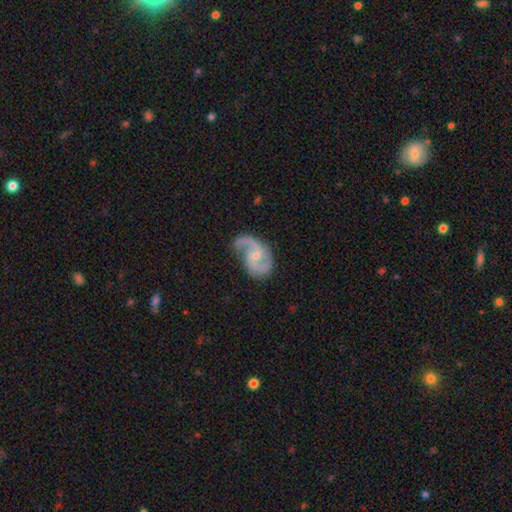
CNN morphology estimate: The model was most divided on "bar": no: 51%, weak: 40%, strong: 9%. More confident: edge-on disk — no (98%); spiral arms — yes (97%); smooth or featured — featured or disk (90%); spiral arm count — 2 (89%); merging — none (65%); bulge size — small (59%); spiral winding — medium (55%).